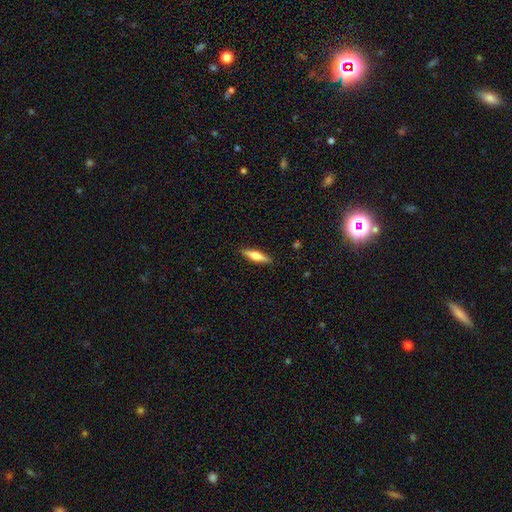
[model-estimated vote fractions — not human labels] smooth 55%, featured or disk 39%, star or artifact 6%. Down the decision tree: how rounded — cigar-shaped (74%); merging — none (89%).